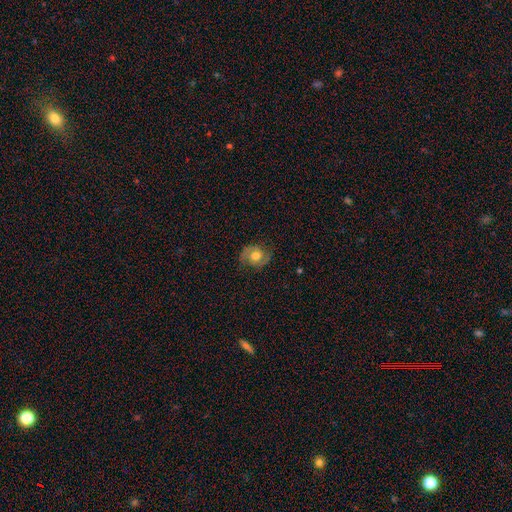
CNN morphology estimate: A featured or disk galaxy (67%) with no bar (67%), 2 (89%) medium (49%) spiral arms (88%) and a moderate central bulge (71%).

Vote fractions:
- Smooth or featured? featured or disk: 67% / smooth: 26% / star or artifact: 8%
- Edge-on disk? no: 97% / yes: 3%
- Bar? no: 67% / weak: 27% / strong: 6%
- Spiral arms? yes: 88% / no: 12%
- Spiral winding? medium: 49% / tight: 29% / loose: 22%
- Spiral arm count? 2: 89% / can't tell: 5% / 1: 2% / 3: 1% / 4: 1% / more than 4: 1%
- Bulge size? moderate: 71% / large: 16% / small: 10% / none: 1% / dominant: 1%
- Merging? none: 79% / minor disturbance: 15% / major disturbance: 5% / merger: 1%